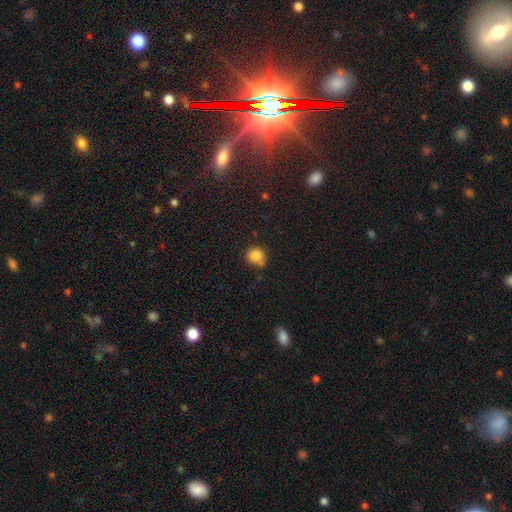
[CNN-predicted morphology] A smooth galaxy with no disk features (84%) that is round (87%). Merging: none (59%).